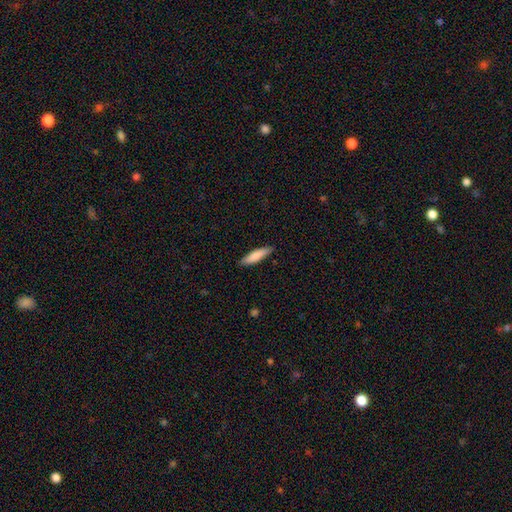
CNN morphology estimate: Q: Smooth or featured?
A: smooth (82%); runner-up: featured or disk (13%)
Q: How rounded?
A: cigar-shaped (72%); runner-up: in between (26%)
Q: Merging?
A: none (87%); runner-up: minor disturbance (10%)